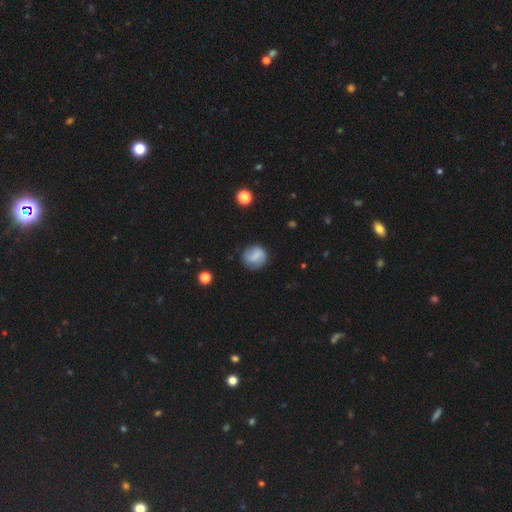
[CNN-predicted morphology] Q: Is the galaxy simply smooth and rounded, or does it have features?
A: smooth — 62%.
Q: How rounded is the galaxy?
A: round — 80%.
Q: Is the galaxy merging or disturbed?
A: none — 71%.